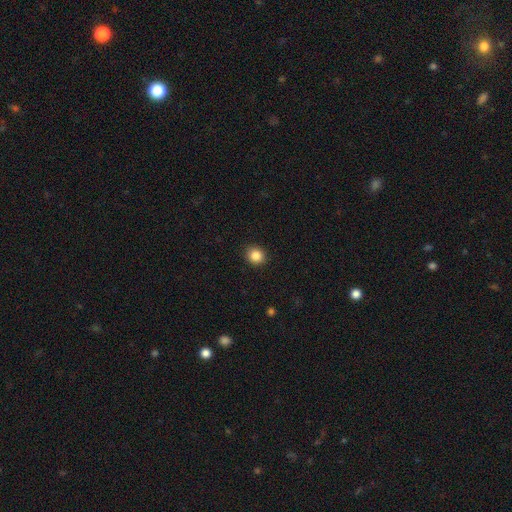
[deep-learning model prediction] smooth-or-featured: smooth: 86% | star or artifact: 10% | featured or disk: 4%
  how-rounded: round: 83% | in between: 16% | cigar-shaped: 1%
  merging: none: 91% | minor disturbance: 6% | major disturbance: 2% | merger: 1%